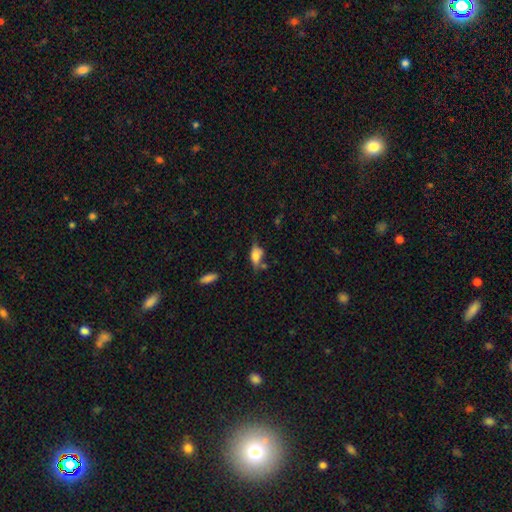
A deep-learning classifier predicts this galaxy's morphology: Q: Smooth or featured?
A: smooth (68%); runner-up: featured or disk (23%)
Q: How rounded?
A: in between (82%); runner-up: cigar-shaped (12%)
Q: Merging?
A: none (47%); runner-up: minor disturbance (31%)